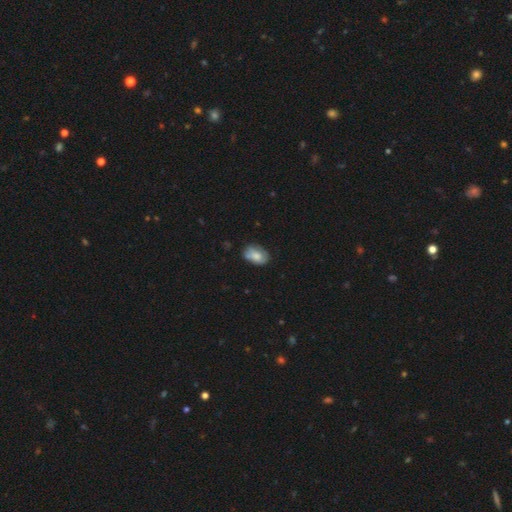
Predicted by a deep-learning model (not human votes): Smooth or featured: smooth — 75% (featured or disk — 18%)
How rounded: in between — 86% (round — 13%)
Merging: none — 66% (minor disturbance — 25%)